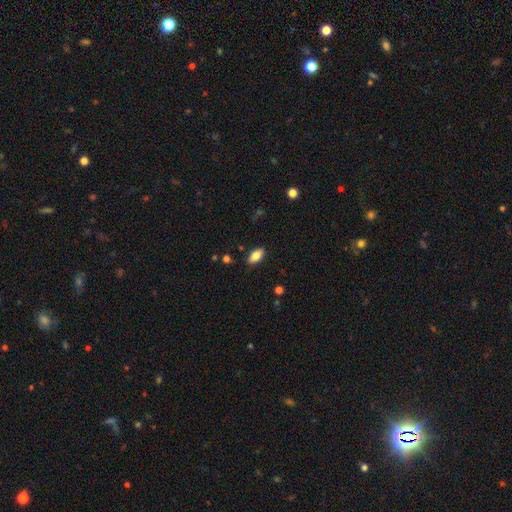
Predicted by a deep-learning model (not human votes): Smooth or featured: smooth — 79% (featured or disk — 14%)
How rounded: in between — 88% (cigar-shaped — 9%)
Merging: none — 86% (minor disturbance — 10%)